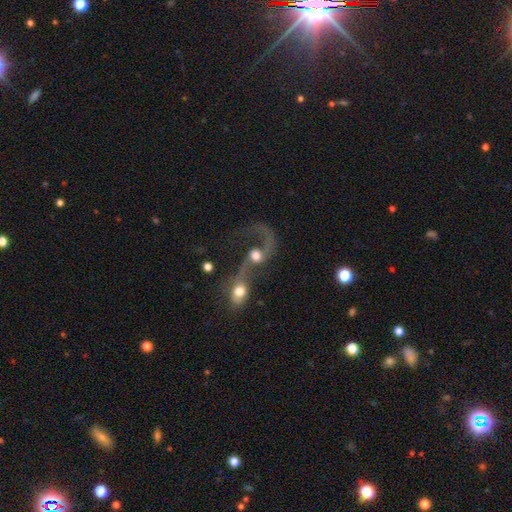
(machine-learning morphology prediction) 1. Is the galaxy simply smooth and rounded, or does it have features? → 61% featured or disk, 29% smooth, 10% star or artifact.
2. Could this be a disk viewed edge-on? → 96% no, 4% yes.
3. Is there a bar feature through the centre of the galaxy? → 71% no, 23% weak, 7% strong.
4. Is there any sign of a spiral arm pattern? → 77% yes, 23% no.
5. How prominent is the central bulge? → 51% moderate, 29% large, 11% small, 5% dominant, 4% none.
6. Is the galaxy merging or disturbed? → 72% merger, 13% major disturbance, 10% none, 4% minor disturbance.